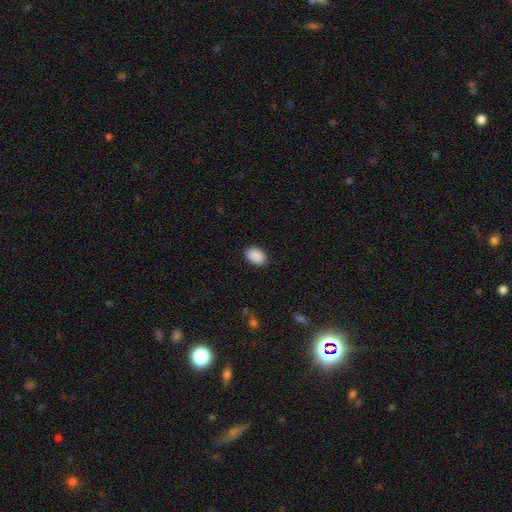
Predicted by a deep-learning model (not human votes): Smooth or featured? smooth (91%)
How rounded? in between (86%)
Merging? none (89%)